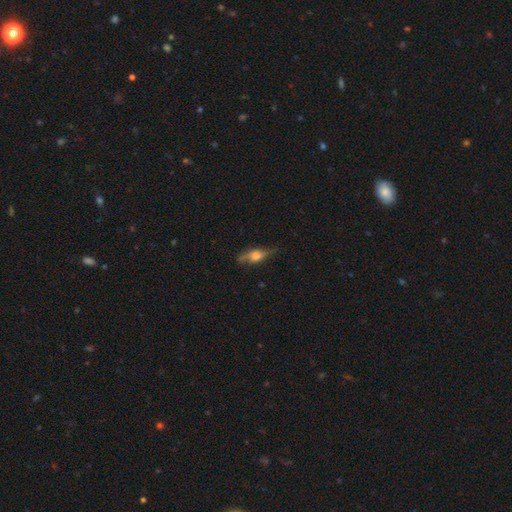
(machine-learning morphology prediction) A featured or disk galaxy (56%) viewed edge-on (80%).

Vote fractions:
- Smooth or featured? featured or disk: 56% / smooth: 36% / star or artifact: 8%
- Edge-on disk? yes: 80% / no: 20%
- Merging? none: 73% / minor disturbance: 20% / major disturbance: 5% / merger: 2%